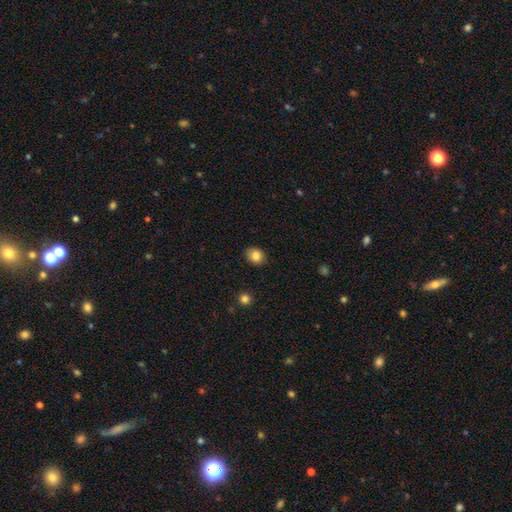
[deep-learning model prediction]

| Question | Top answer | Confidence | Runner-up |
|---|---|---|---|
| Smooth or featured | smooth | 84% | star or artifact (9%) |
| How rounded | round | 51% | in between (48%) |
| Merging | none | 88% | minor disturbance (9%) |